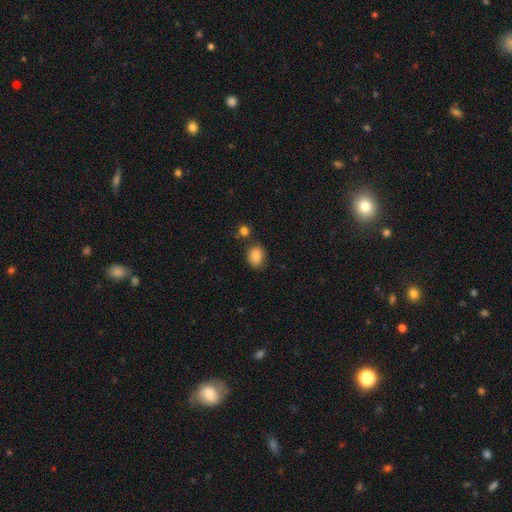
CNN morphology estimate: A smooth galaxy with no disk features (86%) that is in between round and cigar-shaped (62%). Merging: none (74%).